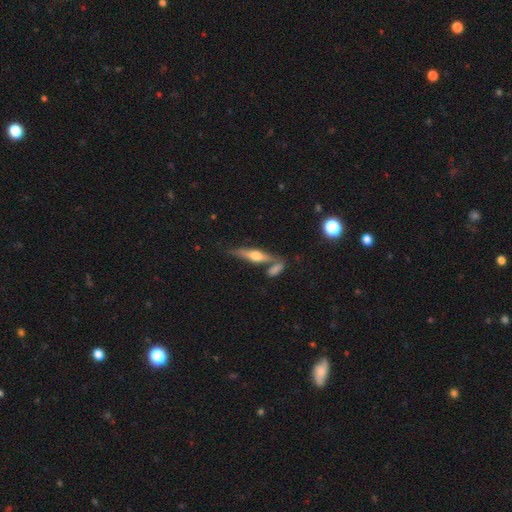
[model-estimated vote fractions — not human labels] Morphology: type=featured or disk (57%); edge-on=yes (91%); edge-on bulge=rounded (91%); merging=none (63%).